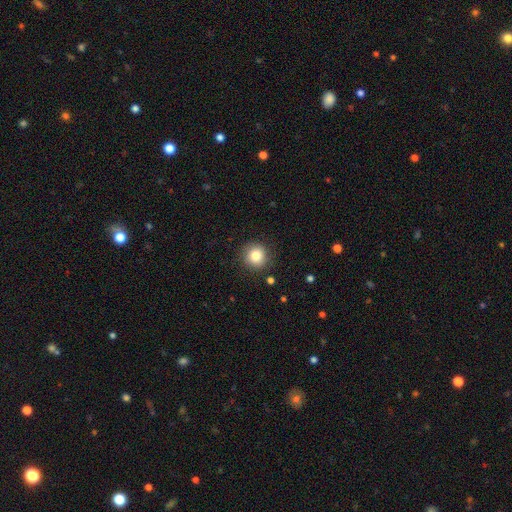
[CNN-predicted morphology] type=smooth (84%); roundness=round (92%); merging=none (87%).